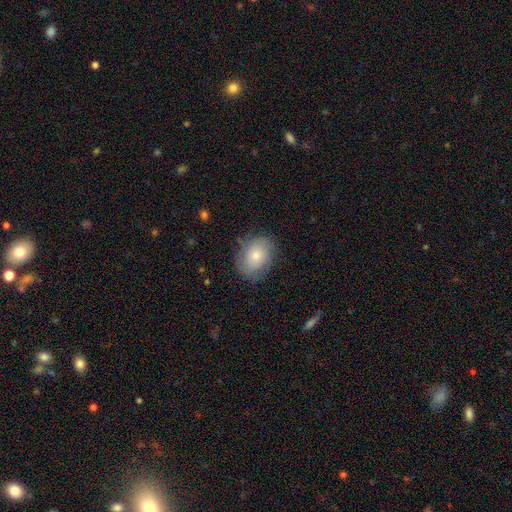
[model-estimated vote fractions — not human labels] Smooth or featured?
  - smooth: 69% *
  - featured or disk: 23%
  - star or artifact: 8%
How rounded?
  - in between: 55% *
  - round: 44%
  - cigar-shaped: 1%
Merging?
  - none: 73% *
  - minor disturbance: 20%
  - major disturbance: 6%
  - merger: 1%